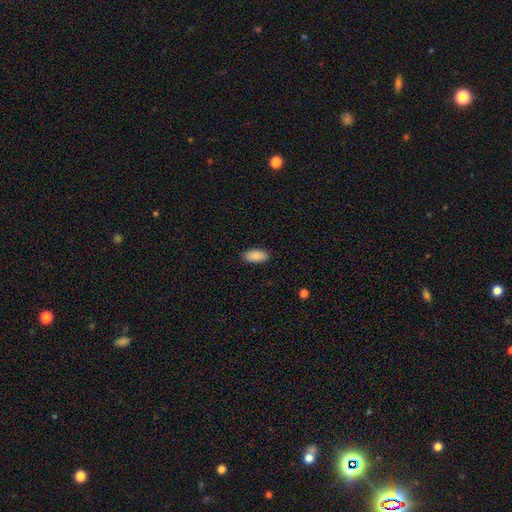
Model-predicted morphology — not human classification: Smooth or featured?
  - smooth: 89% *
  - star or artifact: 7%
  - featured or disk: 4%
How rounded?
  - in between: 92% *
  - cigar-shaped: 6%
  - round: 2%
Merging?
  - none: 89% *
  - minor disturbance: 8%
  - major disturbance: 2%
  - merger: 1%